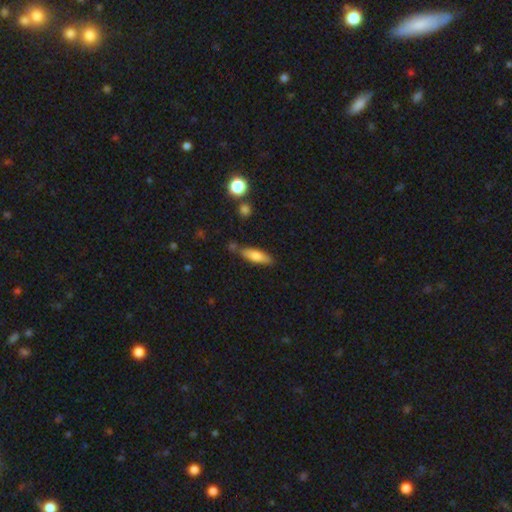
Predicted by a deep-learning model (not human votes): Smooth or featured: smooth — 65% (featured or disk — 28%)
How rounded: cigar-shaped — 60% (in between — 37%)
Merging: none — 75% (minor disturbance — 16%)